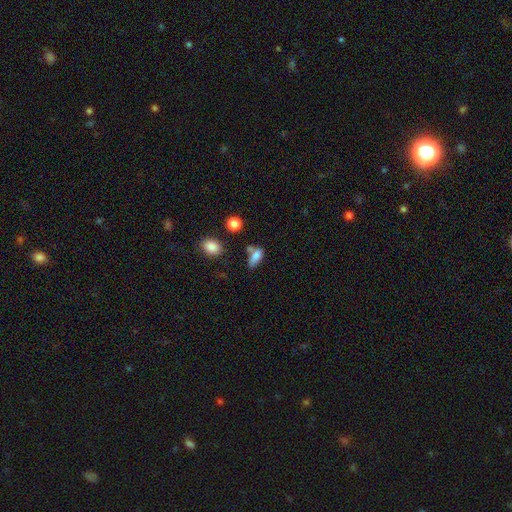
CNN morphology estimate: This is likely a smooth galaxy (78%). How rounded: likely in between (80%). Merging: marginally none (41%).